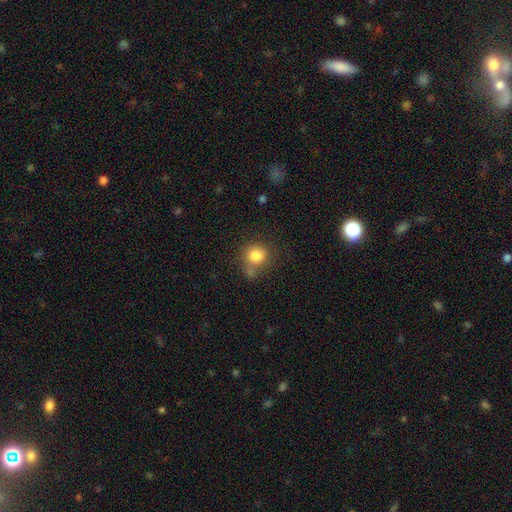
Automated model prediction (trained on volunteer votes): Overall: smooth (83%). How rounded: round (81%). Merging: none (52%; minor disturbance 20%).